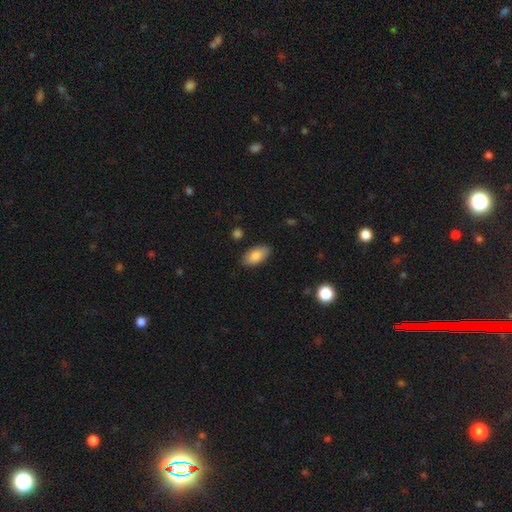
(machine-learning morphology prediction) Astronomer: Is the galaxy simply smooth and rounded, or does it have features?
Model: smooth — 84%.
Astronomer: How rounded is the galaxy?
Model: in between — 94%.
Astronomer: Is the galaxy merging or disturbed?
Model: none — 85%.